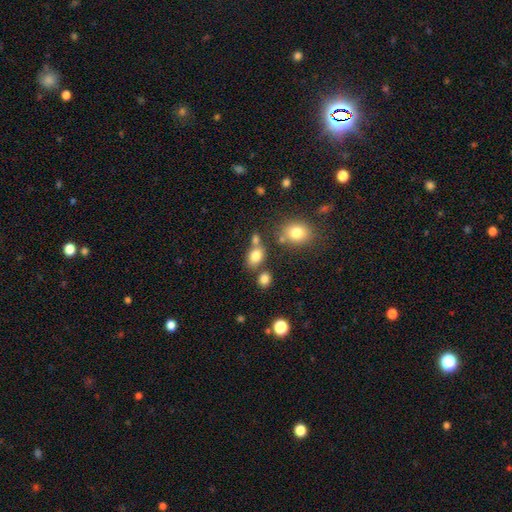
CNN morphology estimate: This appears to be a smooth galaxy with no disk features (79%) that is in between round and cigar-shaped (67%). Merging: none (59%).